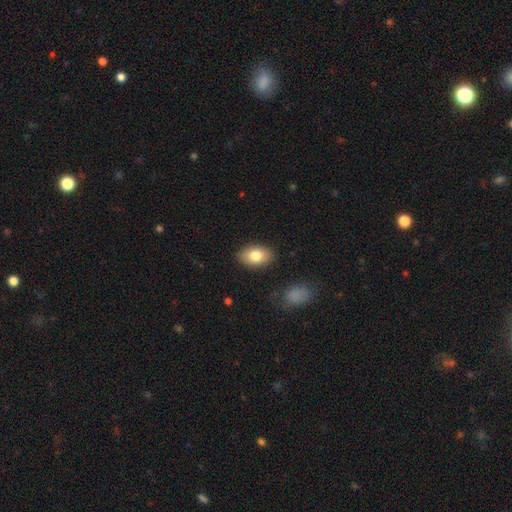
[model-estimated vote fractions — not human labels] Q: Smooth or featured?
A: smooth (79%); runner-up: featured or disk (13%)
Q: How rounded?
A: in between (89%); runner-up: round (10%)
Q: Merging?
A: none (87%); runner-up: minor disturbance (10%)